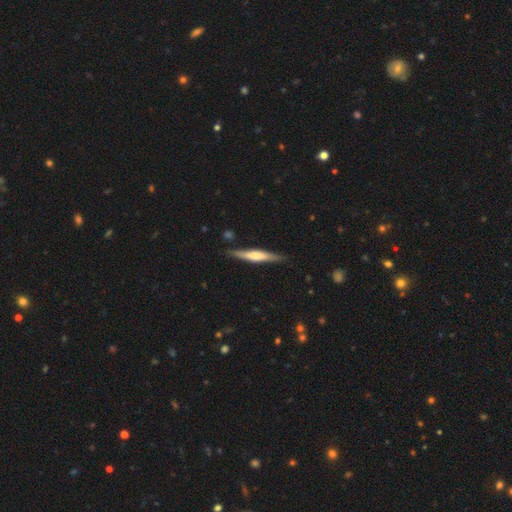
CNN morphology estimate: A featured or disk galaxy (56%) viewed edge-on (96%) with a rounded central bulge (69%).

Vote fractions:
- Smooth or featured? featured or disk: 56% / smooth: 39% / star or artifact: 5%
- Edge-on disk? yes: 96% / no: 4%
- Edge-on bulge? rounded: 69% / boxy: 18% / none: 13%
- Merging? none: 86% / minor disturbance: 10% / major disturbance: 2% / merger: 2%